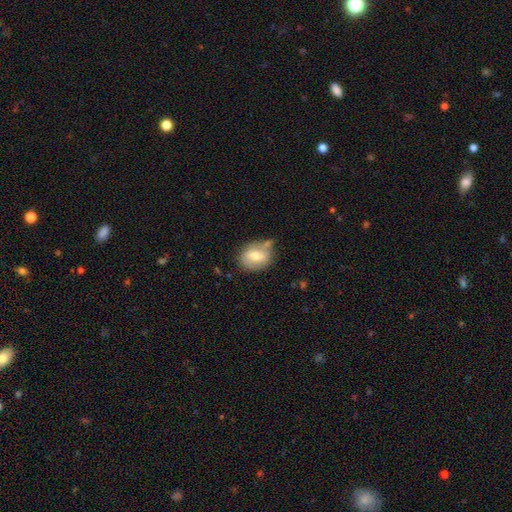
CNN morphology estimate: Smooth or featured? Predicted: smooth (p=0.64). How rounded? Predicted: round (p=0.59). Merging? Predicted: none (p=0.60).